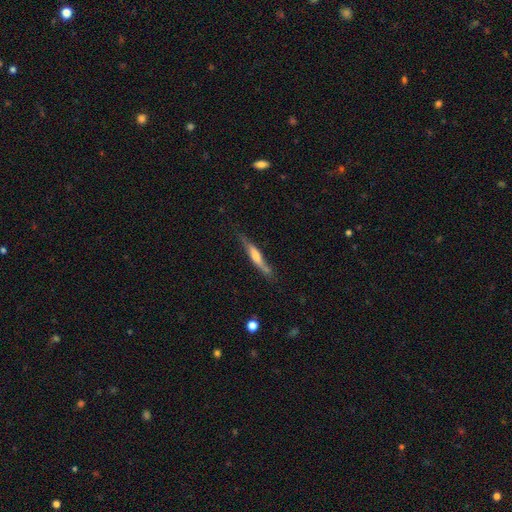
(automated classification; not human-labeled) A featured or disk galaxy (54%) viewed edge-on (90%).

Vote fractions:
- Smooth or featured? featured or disk: 54% / smooth: 40% / star or artifact: 6%
- Edge-on disk? yes: 90% / no: 10%
- Merging? none: 70% / minor disturbance: 22% / major disturbance: 5% / merger: 3%